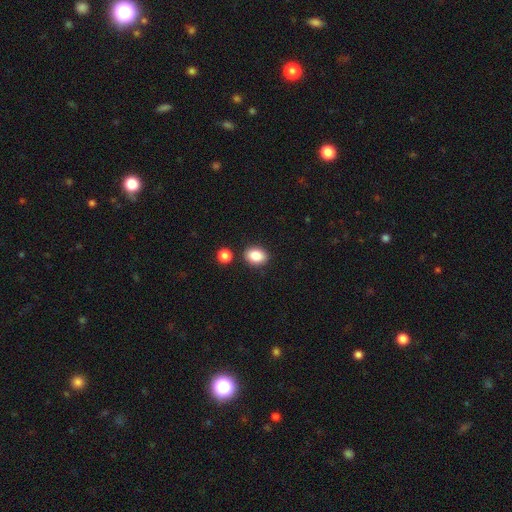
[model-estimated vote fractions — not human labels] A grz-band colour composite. It shows a smooth galaxy with no disk features (86%) that is in between round and cigar-shaped (72%). Merging: none (84%).